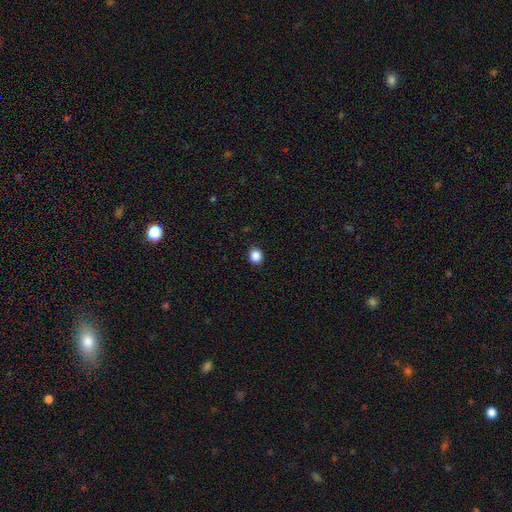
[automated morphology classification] Smooth or featured: smooth — 87% (star or artifact — 10%)
How rounded: round — 75% (in between — 25%)
Merging: none — 91% (minor disturbance — 6%)